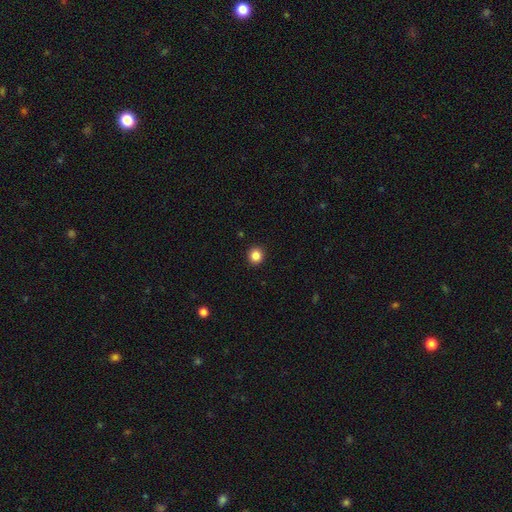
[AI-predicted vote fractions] This is clearly a smooth galaxy (85%). How rounded: clearly round (92%). Merging: clearly none (93%).